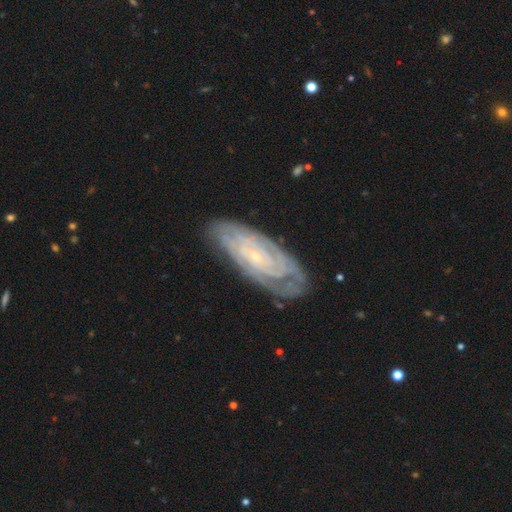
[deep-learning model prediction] This is clearly a featured or disk galaxy (82%). It is clearly not viewed edge-on (91%). Bar: likely no (73%). Spiral arm pattern: clearly yes (94%). Spiral arm count: marginally can't tell (44%). Spiral winding: clearly tight (80%). Central bulge: clearly small (84%). Merging: likely none (77%).